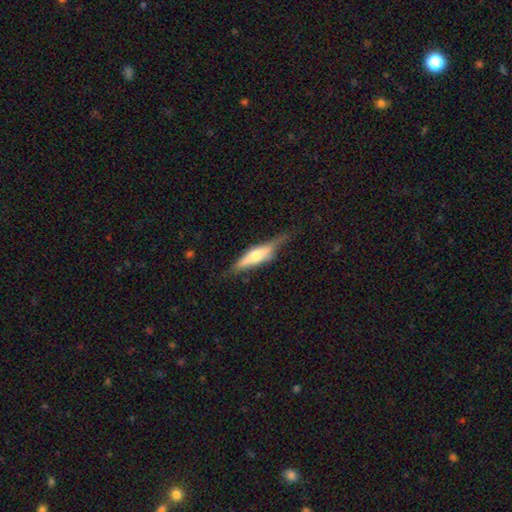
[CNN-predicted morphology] type=featured or disk (54%); edge-on=yes (88%); merging=none (62%).